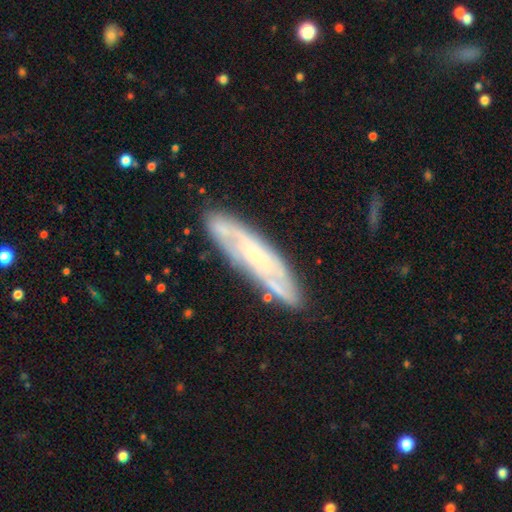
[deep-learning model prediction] This is likely a featured or disk galaxy (67%). It is possibly not viewed edge-on (59%). Merging: likely none (79%).